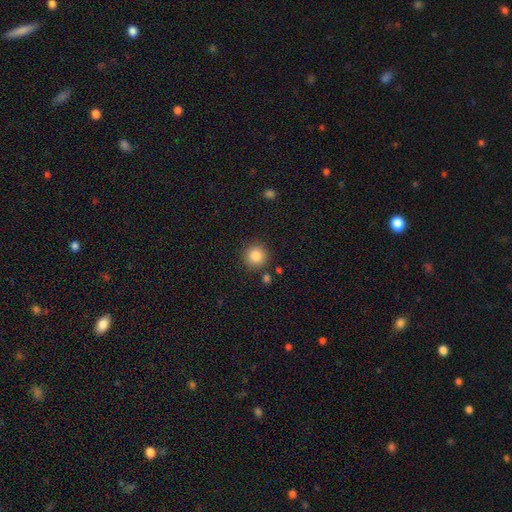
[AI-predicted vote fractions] Q: Smooth or featured?
A: smooth (85%); runner-up: star or artifact (10%)
Q: How rounded?
A: round (94%); runner-up: in between (5%)
Q: Merging?
A: none (87%); runner-up: minor disturbance (7%)